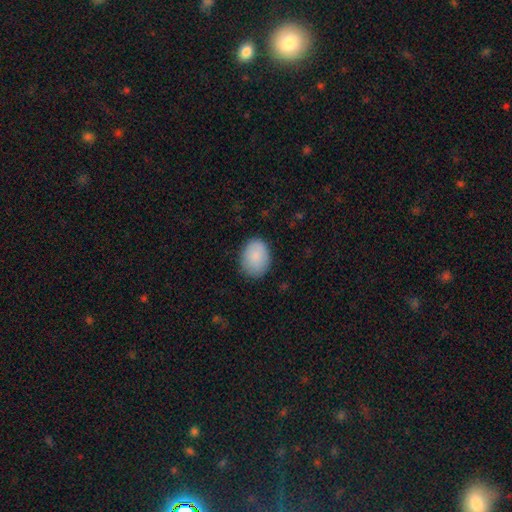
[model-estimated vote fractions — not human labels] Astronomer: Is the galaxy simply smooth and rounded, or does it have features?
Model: smooth — 88%.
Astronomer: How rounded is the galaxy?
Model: in between — 77%.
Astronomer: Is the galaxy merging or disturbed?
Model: none — 82%.